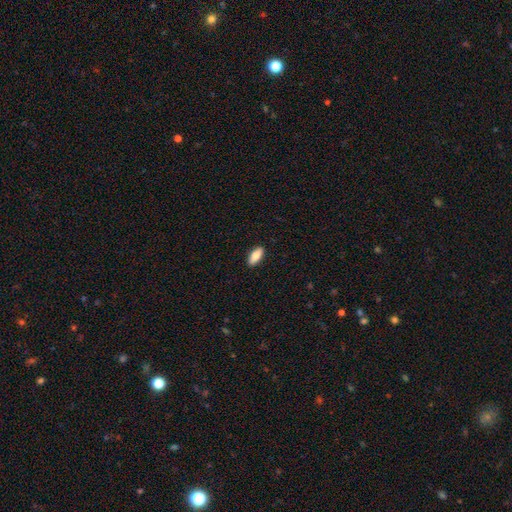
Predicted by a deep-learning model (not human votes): Overall: smooth (82%). How rounded: in between (81%). Merging: none (90%).